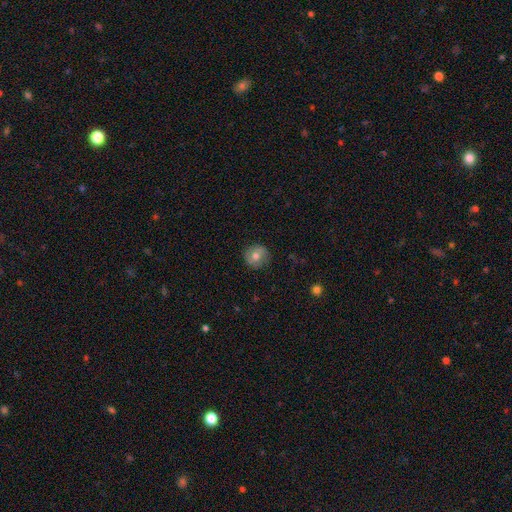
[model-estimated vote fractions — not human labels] Smooth or featured: smooth — 65% (featured or disk — 26%)
How rounded: round — 90% (in between — 9%)
Merging: none — 84% (minor disturbance — 12%)